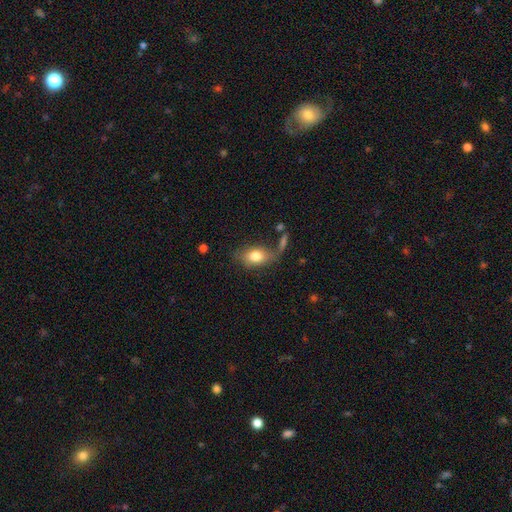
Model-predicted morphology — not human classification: Smooth or featured? smooth (79%)
How rounded? in between (84%)
Merging? none (60%)